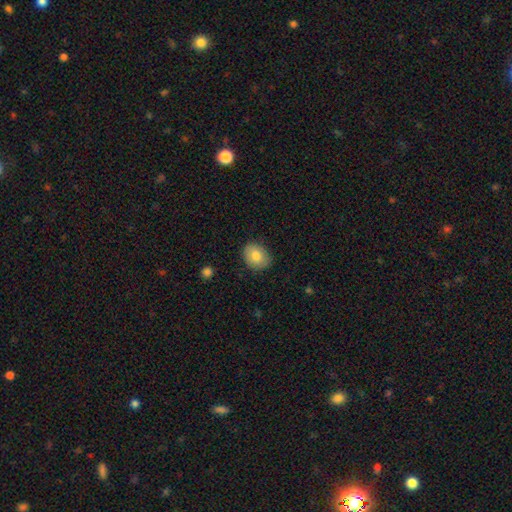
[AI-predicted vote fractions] Overall: smooth (81%). How rounded: in between (53%; round 46%). Merging: none (83%).